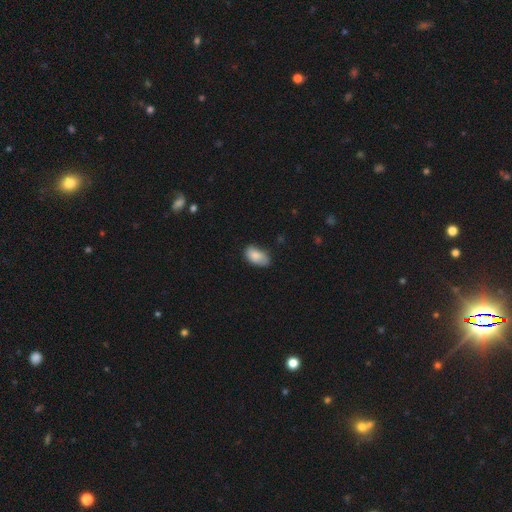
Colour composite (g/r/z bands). It shows a smooth galaxy with no disk features (87%) that is in between round and cigar-shaped (100%). Merging: none (66%).